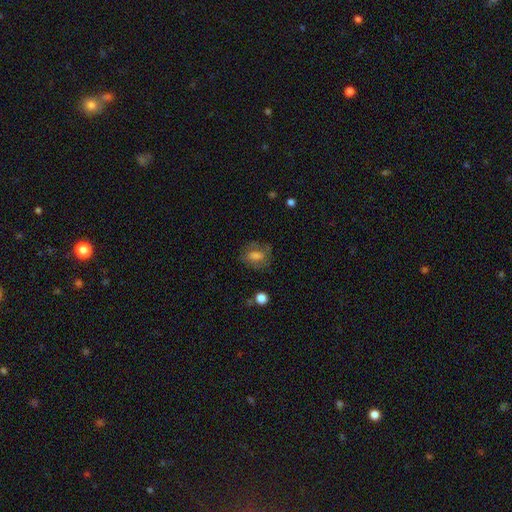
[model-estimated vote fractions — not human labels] Morphology: type=smooth (63%); roundness=in between (59%); merging=none (62%).